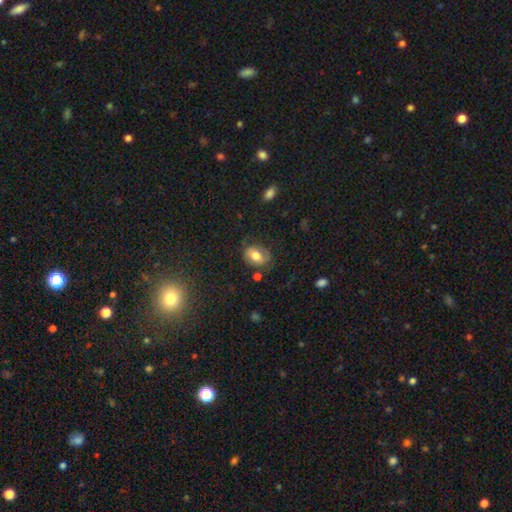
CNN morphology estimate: Q: Smooth or featured?
A: smooth (62%); runner-up: featured or disk (29%)
Q: How rounded?
A: in between (76%); runner-up: round (23%)
Q: Merging?
A: none (60%); runner-up: minor disturbance (25%)